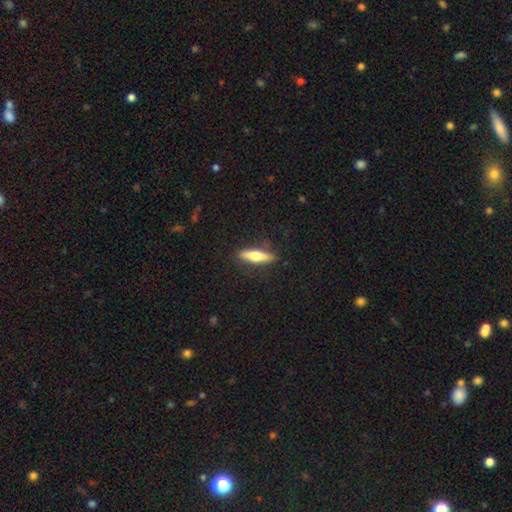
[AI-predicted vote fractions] A smooth galaxy with no disk features (56%) that is cigar-shaped (74%).

Vote fractions:
- Smooth or featured? smooth: 56% / featured or disk: 38% / star or artifact: 5%
- How rounded? cigar-shaped: 74% / in between: 24% / round: 2%
- Merging? none: 86% / minor disturbance: 10% / major disturbance: 3% / merger: 1%